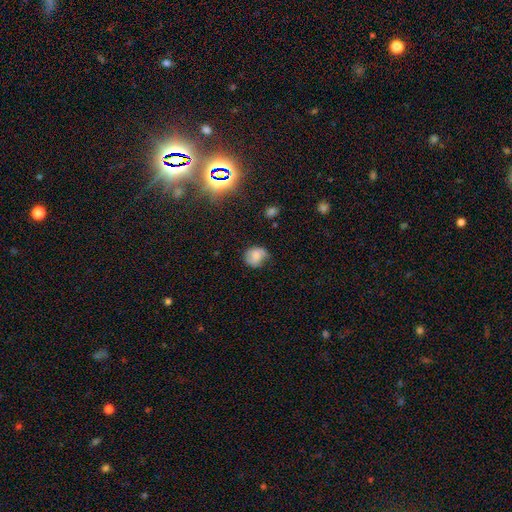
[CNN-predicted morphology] A smooth galaxy with no disk features (71%) that is round (66%). Merging: none (57%).